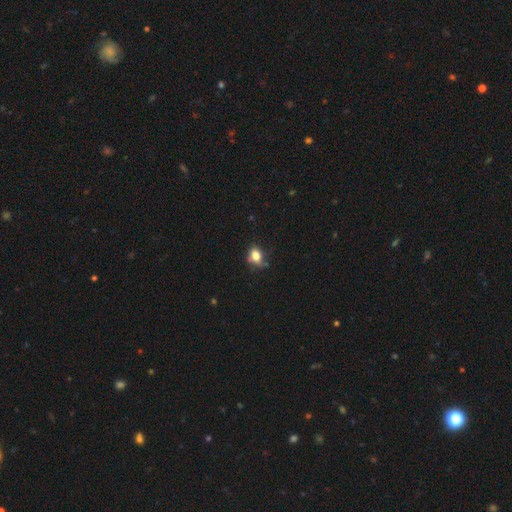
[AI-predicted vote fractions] Smooth or featured? smooth (76%)
How rounded? in between (61%)
Merging? none (46%)